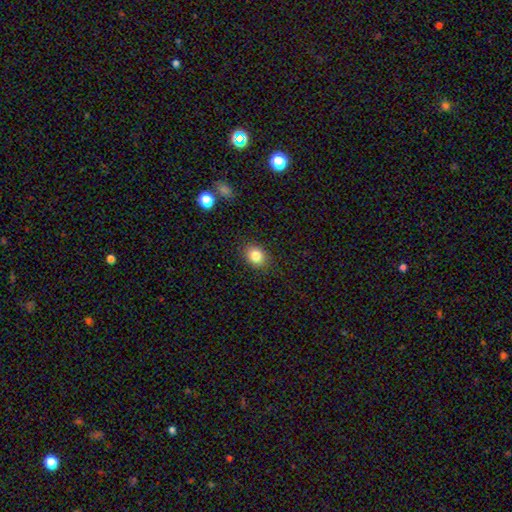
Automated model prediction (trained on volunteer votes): Smooth or featured? smooth (84%)
How rounded? in between (53%)
Merging? none (87%)